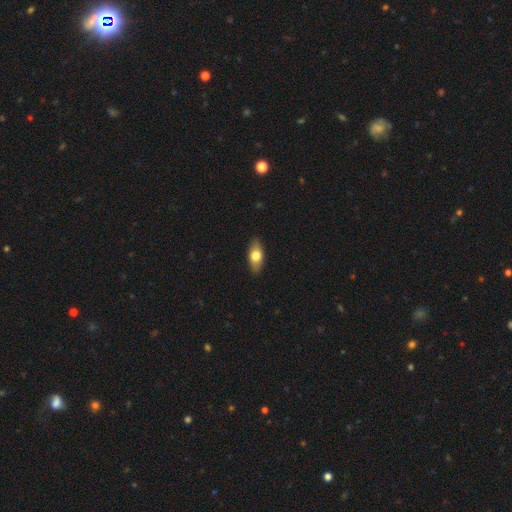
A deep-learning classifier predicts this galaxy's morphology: type=smooth (72%); roundness=in between (83%); merging=none (88%).